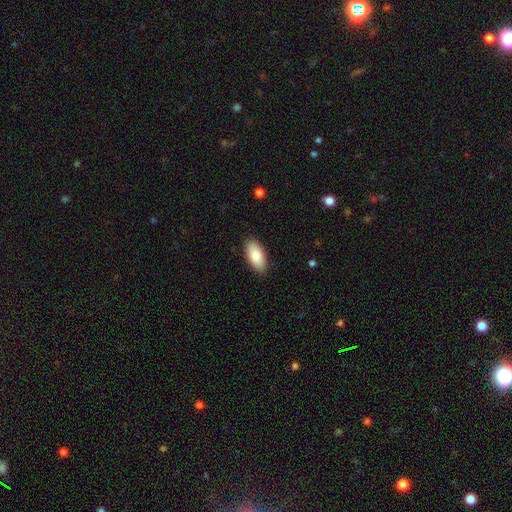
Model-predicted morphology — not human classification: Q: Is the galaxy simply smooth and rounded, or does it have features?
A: smooth — 85%.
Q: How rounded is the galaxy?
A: in between — 92%.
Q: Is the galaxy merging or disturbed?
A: none — 88%.